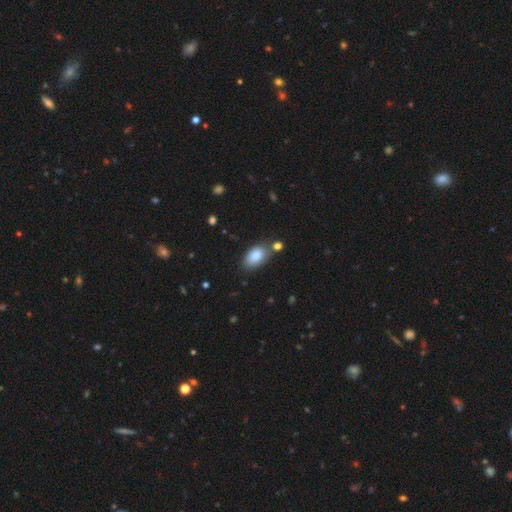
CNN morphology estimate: Smooth or featured?
  - smooth: 84% *
  - featured or disk: 8%
  - star or artifact: 7%
How rounded?
  - in between: 93% *
  - round: 5%
  - cigar-shaped: 2%
Merging?
  - none: 69% *
  - minor disturbance: 15%
  - merger: 12%
  - major disturbance: 4%